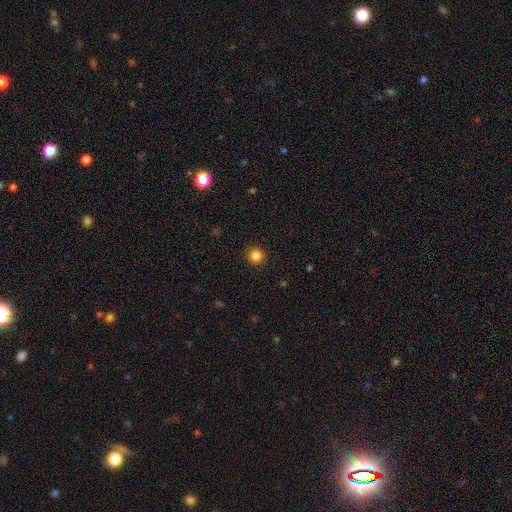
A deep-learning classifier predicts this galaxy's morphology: A smooth galaxy with no disk features (85%) that is round (95%).

Vote fractions:
- Smooth or featured? smooth: 85% / star or artifact: 11% / featured or disk: 4%
- How rounded? round: 95% / in between: 4% / cigar-shaped: 1%
- Merging? none: 93% / minor disturbance: 5% / major disturbance: 2% / merger: 1%